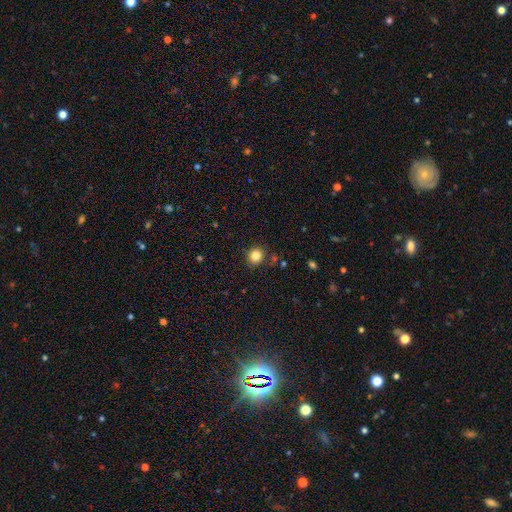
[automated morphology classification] A smooth galaxy with no disk features (82%) that is round (87%). Merging: none (87%).